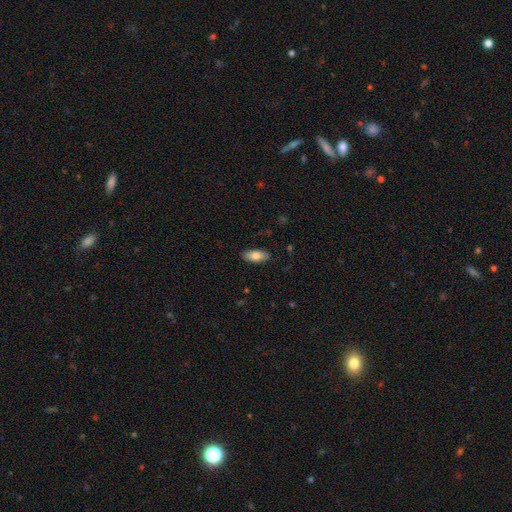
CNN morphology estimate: type=smooth (80%); roundness=in between (89%); merging=none (86%).